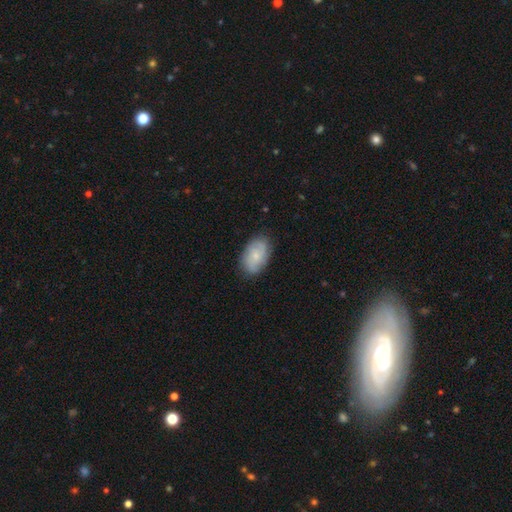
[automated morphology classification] A smooth galaxy with no disk features (56%) that is in between round and cigar-shaped (91%). Merging: none (81%).